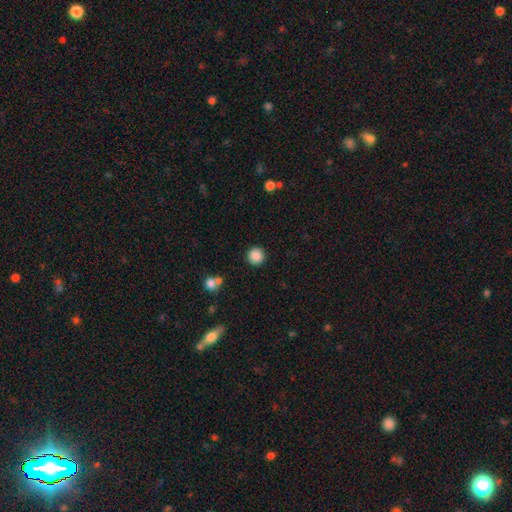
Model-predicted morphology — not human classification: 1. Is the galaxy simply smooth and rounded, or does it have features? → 87% smooth, 10% star or artifact, 3% featured or disk.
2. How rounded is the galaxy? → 95% round, 4% in between, 1% cigar-shaped.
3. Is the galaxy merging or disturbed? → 89% none, 6% minor disturbance, 3% merger, 2% major disturbance.